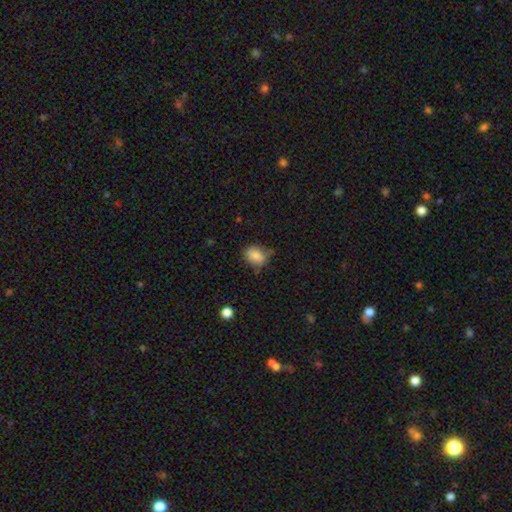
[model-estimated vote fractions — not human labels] A smooth galaxy with no disk features (82%) that is in between round and cigar-shaped (67%).

Vote fractions:
- Smooth or featured? smooth: 82% / star or artifact: 9% / featured or disk: 8%
- How rounded? in between: 67% / round: 32% / cigar-shaped: 1%
- Merging? none: 62% / minor disturbance: 29% / major disturbance: 7% / merger: 3%